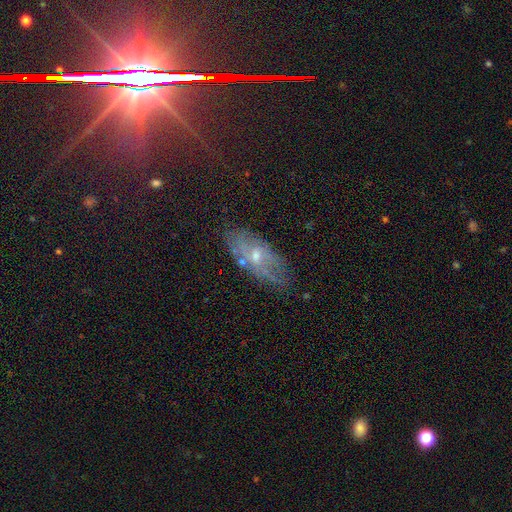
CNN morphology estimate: This appears to be a featured or disk galaxy (50%). Merging: none (68%).